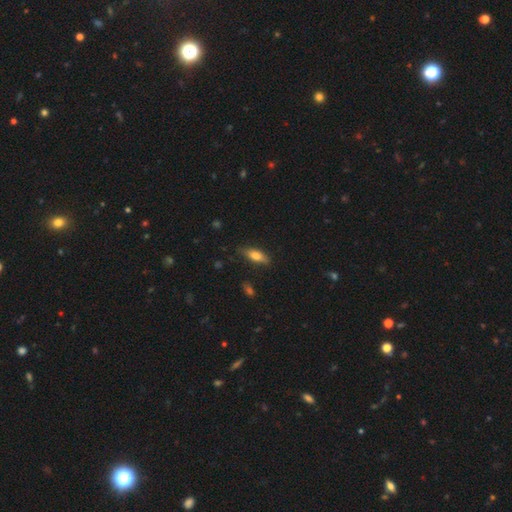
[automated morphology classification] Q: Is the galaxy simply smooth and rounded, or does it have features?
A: smooth — 69%.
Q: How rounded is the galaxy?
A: in between — 64%.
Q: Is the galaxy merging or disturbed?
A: none — 78%.